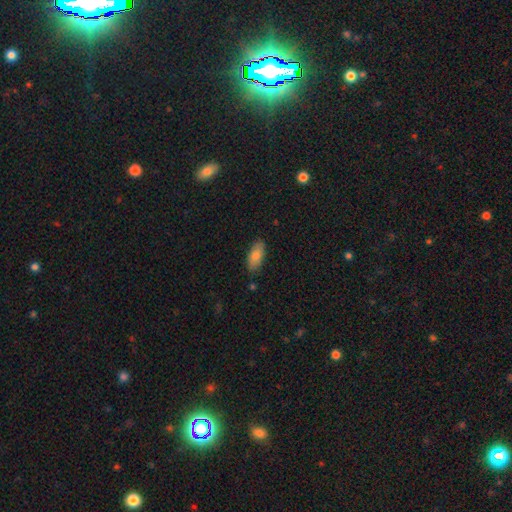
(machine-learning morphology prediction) The model was most divided on "smooth or featured": smooth: 80%, featured or disk: 14%, star or artifact: 7%. More confident: how rounded — in between (87%); merging — none (86%).